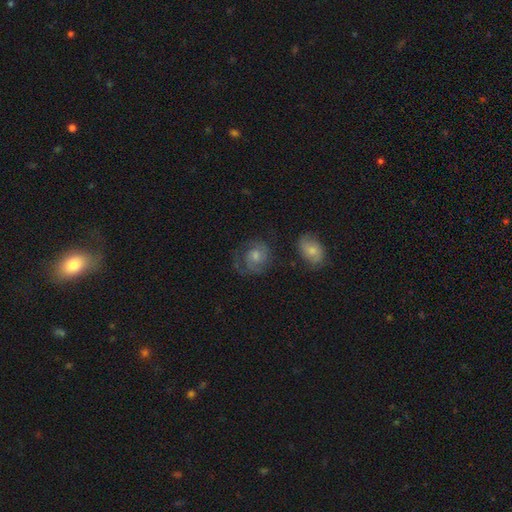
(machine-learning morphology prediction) Q: Smooth or featured?
A: featured or disk (63%); runner-up: smooth (26%)
Q: Edge-on disk?
A: no (98%); runner-up: yes (2%)
Q: Bar?
A: no (72%); runner-up: weak (25%)
Q: Spiral arms?
A: yes (89%); runner-up: no (11%)
Q: Spiral winding?
A: tight (51%); runner-up: medium (38%)
Q: Spiral arm count?
A: 2 (50%); runner-up: can't tell (25%)
Q: Bulge size?
A: moderate (51%); runner-up: small (37%)
Q: Merging?
A: none (64%); runner-up: minor disturbance (19%)